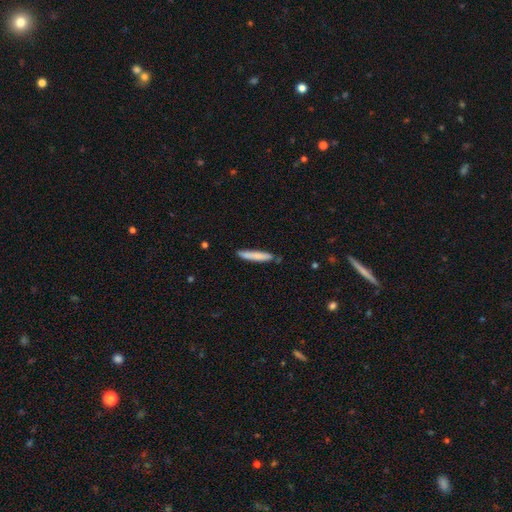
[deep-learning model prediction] smooth 79%, featured or disk 16%, star or artifact 6%. Down the decision tree: how rounded — cigar-shaped (93%); merging — none (82%).